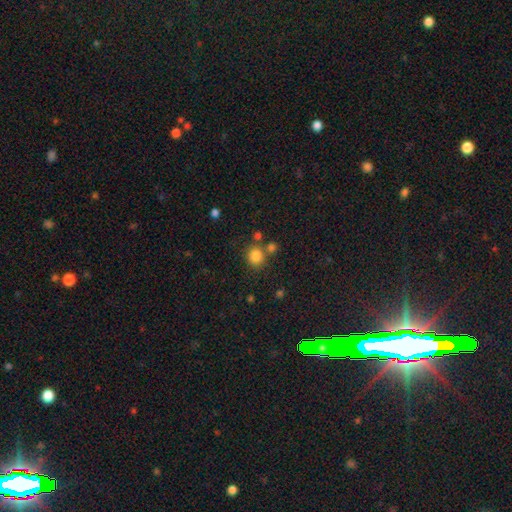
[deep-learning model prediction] Smooth or featured? smooth (83%)
How rounded? round (86%)
Merging? none (71%)